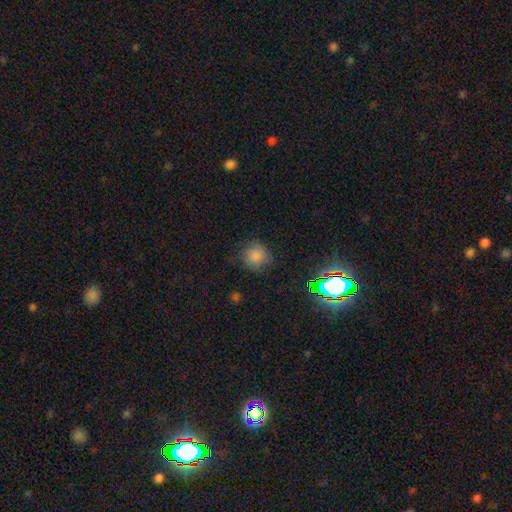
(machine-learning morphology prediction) A smooth galaxy with no disk features (79%) that is round (90%).

Vote fractions:
- Smooth or featured? smooth: 79% / star or artifact: 14% / featured or disk: 7%
- How rounded? round: 90% / in between: 9% / cigar-shaped: 1%
- Merging? none: 74% / minor disturbance: 18% / major disturbance: 6% / merger: 2%